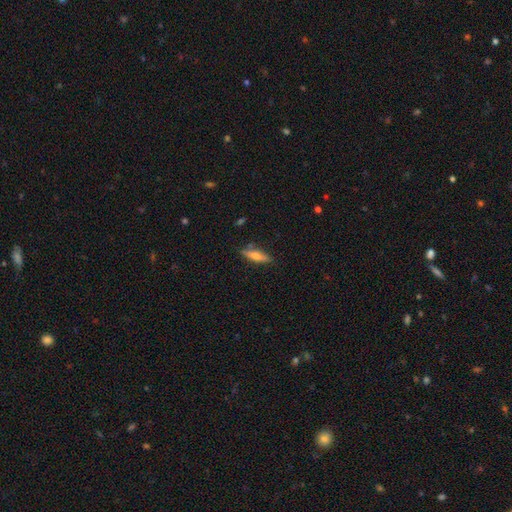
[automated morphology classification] The model was most divided on "smooth or featured": smooth: 53%, featured or disk: 40%, star or artifact: 7%. More confident: merging — none (82%); how rounded — cigar-shaped (71%).